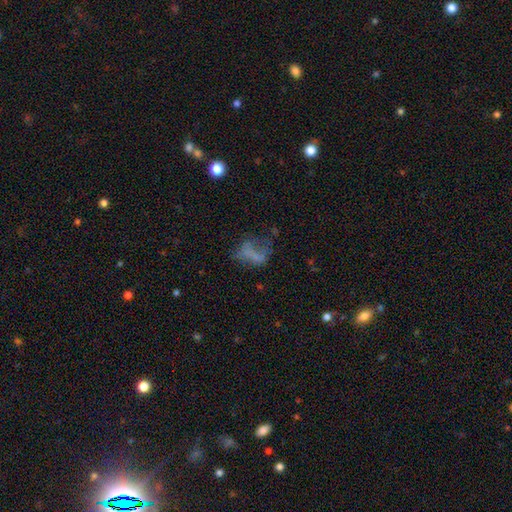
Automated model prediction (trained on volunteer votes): Smooth or featured?
  - smooth: 42% *
  - featured or disk: 36%
  - star or artifact: 22%
Merging?
  - major disturbance: 42% *
  - none: 32%
  - minor disturbance: 19%
  - merger: 7%